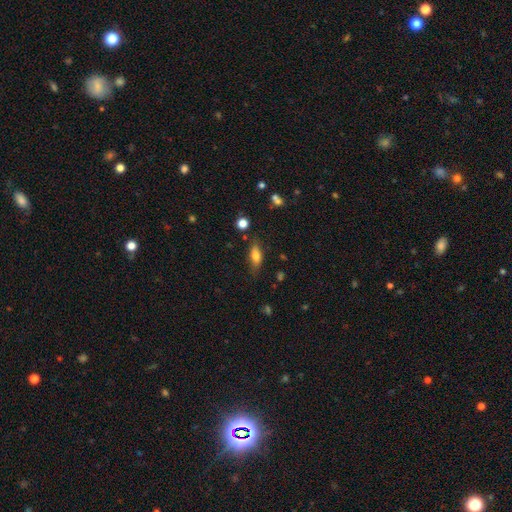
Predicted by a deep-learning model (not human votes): A smooth galaxy with no disk features (76%) that is in between round and cigar-shaped (74%).

Vote fractions:
- Smooth or featured? smooth: 76% / featured or disk: 16% / star or artifact: 9%
- How rounded? in between: 74% / cigar-shaped: 23% / round: 4%
- Merging? none: 75% / minor disturbance: 17% / major disturbance: 5% / merger: 3%